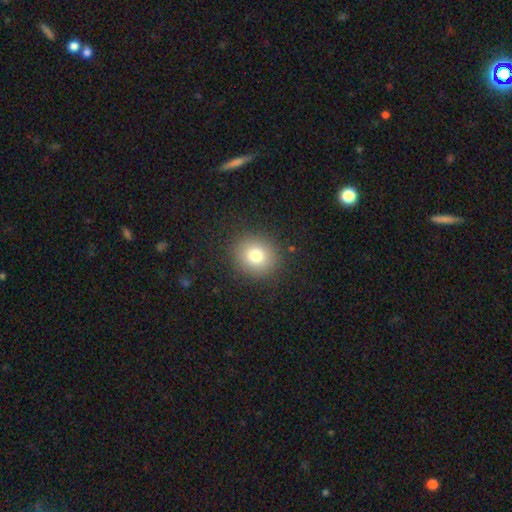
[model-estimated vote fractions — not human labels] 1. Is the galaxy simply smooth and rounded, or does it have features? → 78% smooth, 13% star or artifact, 9% featured or disk.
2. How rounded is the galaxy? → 87% round, 12% in between, 1% cigar-shaped.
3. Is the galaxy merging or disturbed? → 89% none, 7% minor disturbance, 3% major disturbance, 1% merger.